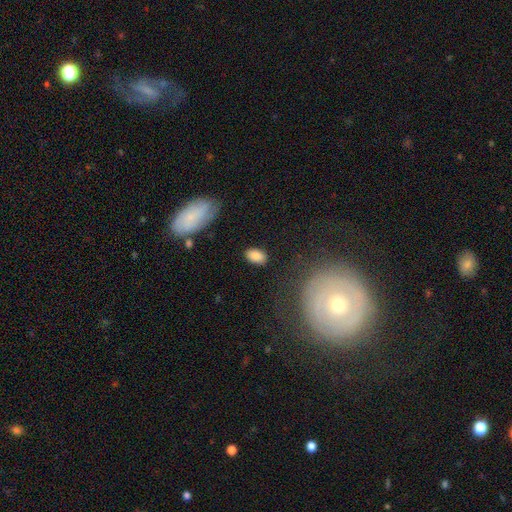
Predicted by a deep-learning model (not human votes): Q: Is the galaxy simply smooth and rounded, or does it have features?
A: smooth — 86%.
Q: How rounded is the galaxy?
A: in between — 90%.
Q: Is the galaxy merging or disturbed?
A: none — 83%.